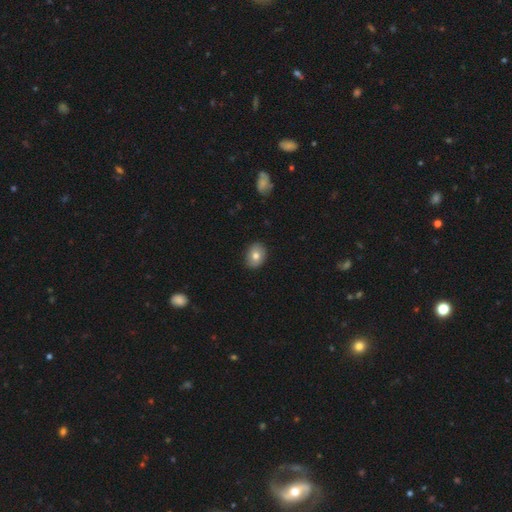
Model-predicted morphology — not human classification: smooth-or-featured: smooth: 77% | featured or disk: 15% | star or artifact: 8%
  how-rounded: in between: 51% | round: 48% | cigar-shaped: 1%
  merging: none: 88% | minor disturbance: 9% | major disturbance: 2% | merger: 1%